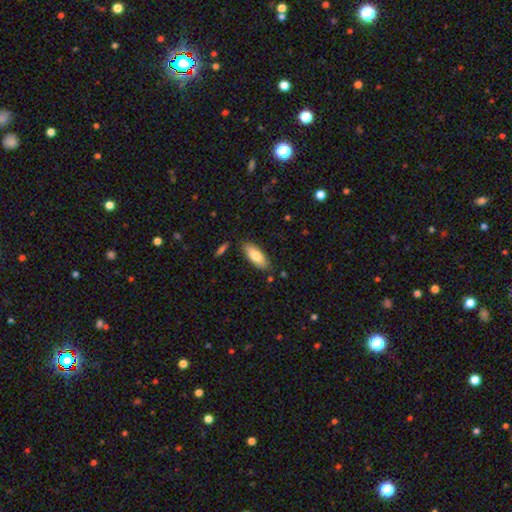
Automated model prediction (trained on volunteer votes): This is likely a smooth galaxy (77%). How rounded: likely in between (76%). Merging: clearly none (83%).